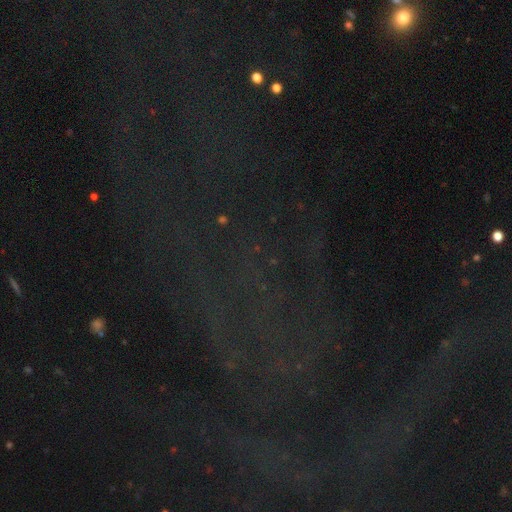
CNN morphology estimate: Smooth or featured?
  - star or artifact: 75% *
  - featured or disk: 14%
  - smooth: 11%